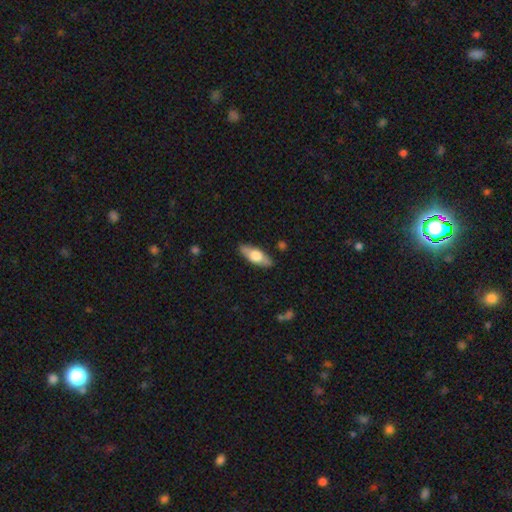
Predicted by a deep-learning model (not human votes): Q: Smooth or featured?
A: smooth (57%); runner-up: featured or disk (38%)
Q: How rounded?
A: in between (64%); runner-up: cigar-shaped (33%)
Q: Merging?
A: none (87%); runner-up: minor disturbance (10%)